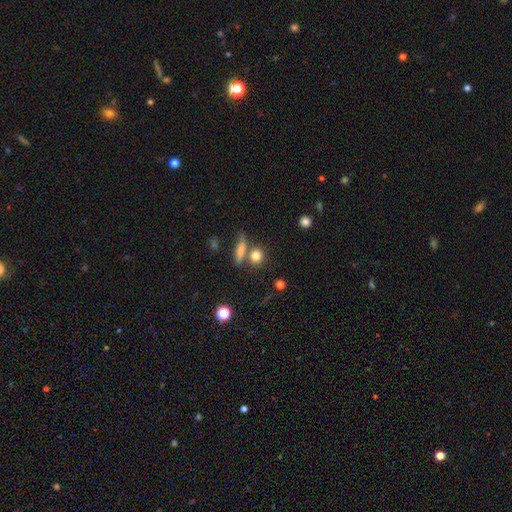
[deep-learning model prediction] This is clearly a smooth galaxy (80%). How rounded: likely round (72%). Merging: likely none (65%).